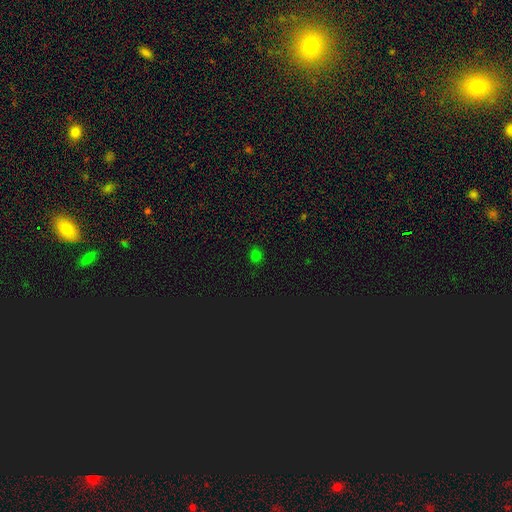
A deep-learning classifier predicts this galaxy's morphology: smooth-or-featured: smooth: 71% | star or artifact: 25% | featured or disk: 4%
  how-rounded: round: 75% | in between: 24% | cigar-shaped: 1%
  merging: none: 88% | minor disturbance: 8% | major disturbance: 2% | merger: 1%